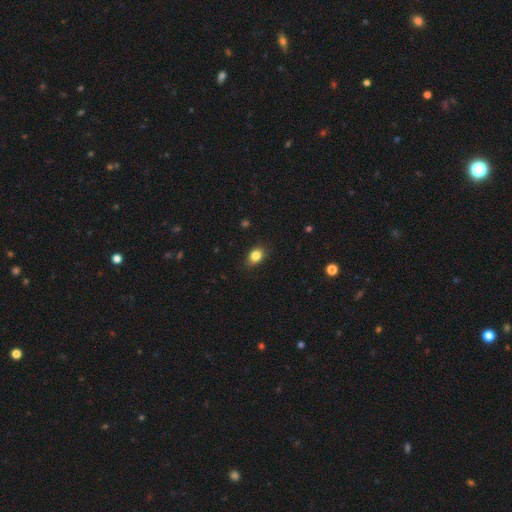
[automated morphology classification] smooth 84%, star or artifact 10%, featured or disk 6%. Down the decision tree: how rounded — in between (63%); merging — none (82%).